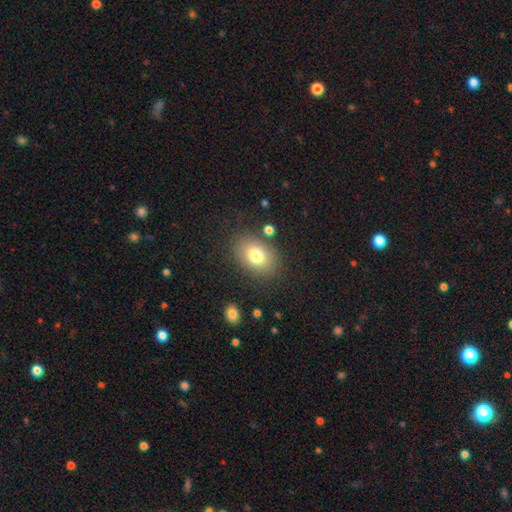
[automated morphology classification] Smooth or featured? smooth (77%)
How rounded? in between (74%)
Merging? none (81%)